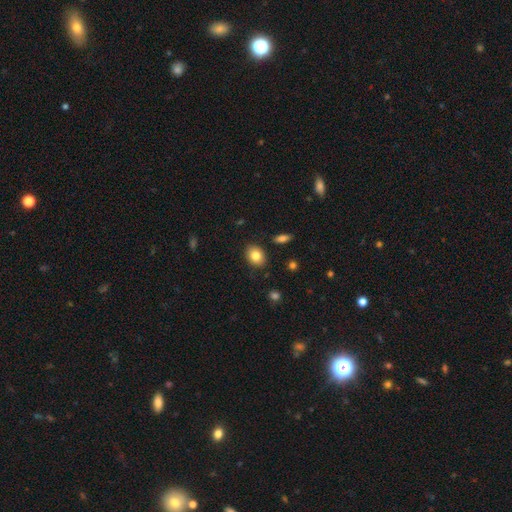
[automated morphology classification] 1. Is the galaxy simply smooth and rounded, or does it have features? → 81% smooth, 10% featured or disk, 9% star or artifact.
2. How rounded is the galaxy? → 64% in between, 35% round, 1% cigar-shaped.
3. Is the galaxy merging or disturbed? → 87% none, 9% minor disturbance, 2% major disturbance, 2% merger.